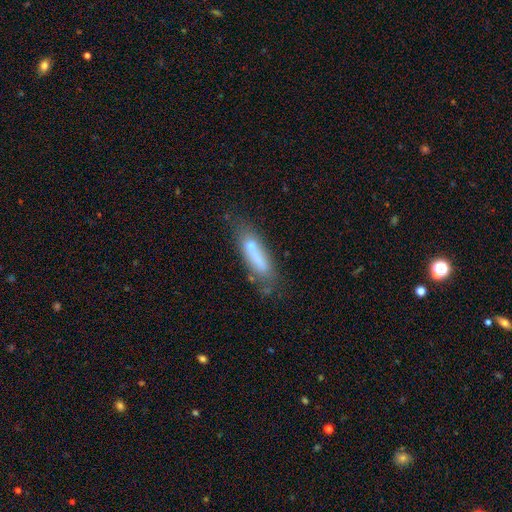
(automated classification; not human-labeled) smooth_or_featured: smooth (p=0.62) [alt: featured or disk p=0.29]
how_rounded: cigar-shaped (p=0.65) [alt: in between p=0.32]
merging: none (p=0.52) [alt: minor disturbance p=0.23]